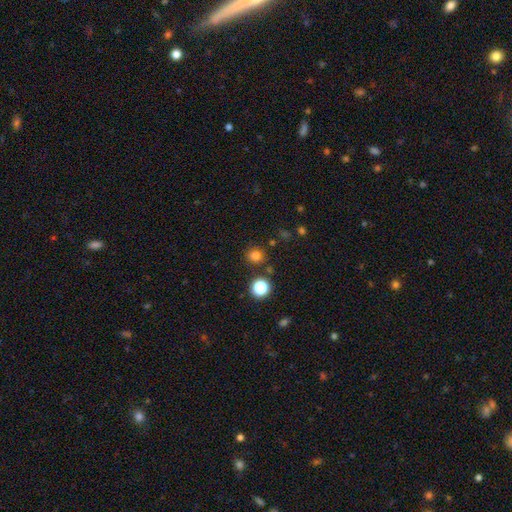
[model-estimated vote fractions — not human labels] smooth-or-featured: smooth: 78% | star or artifact: 18% | featured or disk: 5%
  how-rounded: round: 88% | in between: 11% | cigar-shaped: 1%
  merging: none: 85% | minor disturbance: 7% | merger: 4% | major disturbance: 3%